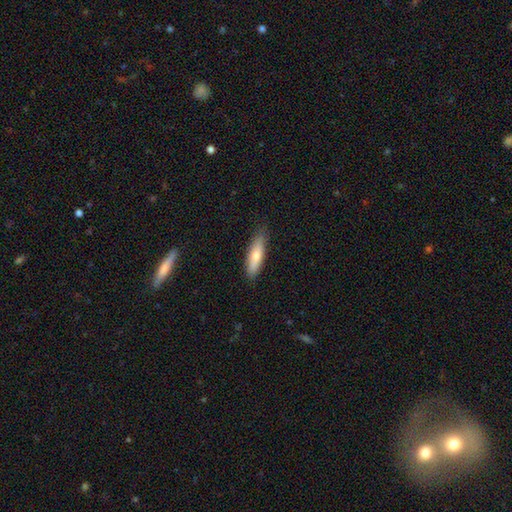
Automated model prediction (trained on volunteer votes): A smooth galaxy with no disk features (67%) that is cigar-shaped (63%).

Vote fractions:
- Smooth or featured? smooth: 67% / featured or disk: 27% / star or artifact: 6%
- How rounded? cigar-shaped: 63% / in between: 35% / round: 2%
- Merging? none: 84% / minor disturbance: 13% / major disturbance: 2% / merger: 1%